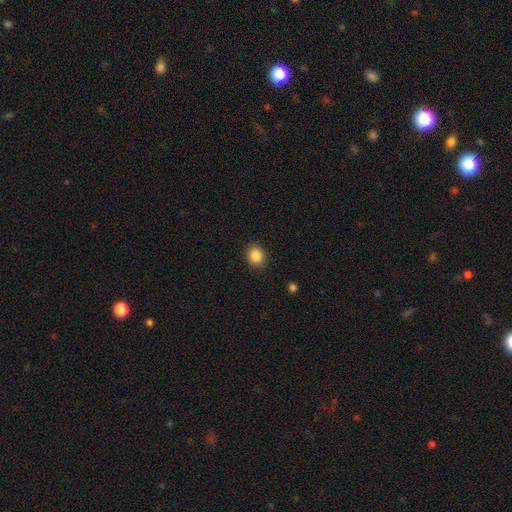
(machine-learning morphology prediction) The model was most divided on "how rounded": round: 62%, in between: 37%, cigar-shaped: 1%. More confident: merging — none (89%); smooth or featured — smooth (87%).